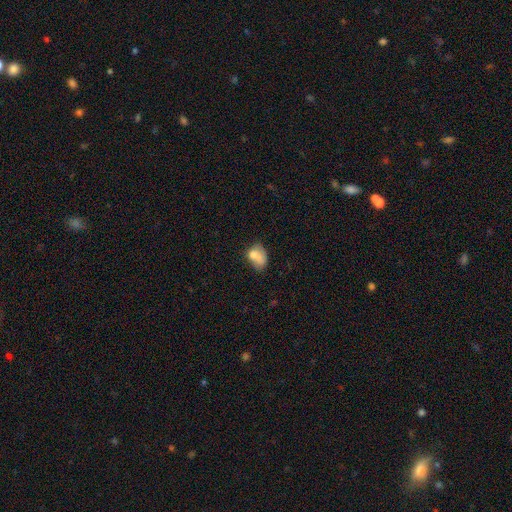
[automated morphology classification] smooth_or_featured: smooth (p=0.71) [alt: featured or disk p=0.19]
how_rounded: in between (p=0.74) [alt: round p=0.25]
merging: none (p=0.33) [alt: minor disturbance p=0.28]